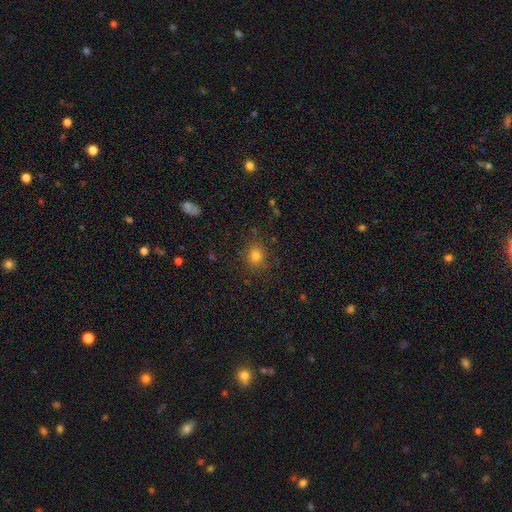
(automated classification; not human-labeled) A smooth galaxy with no disk features (78%) that is round (79%).

Vote fractions:
- Smooth or featured? smooth: 78% / star or artifact: 15% / featured or disk: 6%
- How rounded? round: 79% / in between: 20% / cigar-shaped: 1%
- Merging? none: 85% / minor disturbance: 10% / major disturbance: 4% / merger: 2%